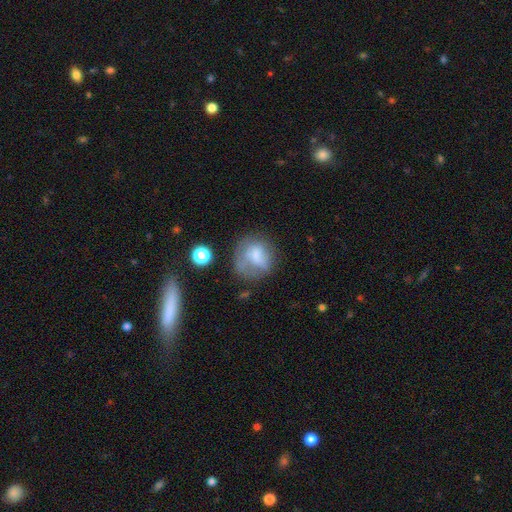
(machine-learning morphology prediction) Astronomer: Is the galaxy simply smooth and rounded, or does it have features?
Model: smooth — 57%.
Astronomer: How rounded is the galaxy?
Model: round — 72%.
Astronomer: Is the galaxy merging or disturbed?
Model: none — 42% (runner-up: major disturbance, 27%).